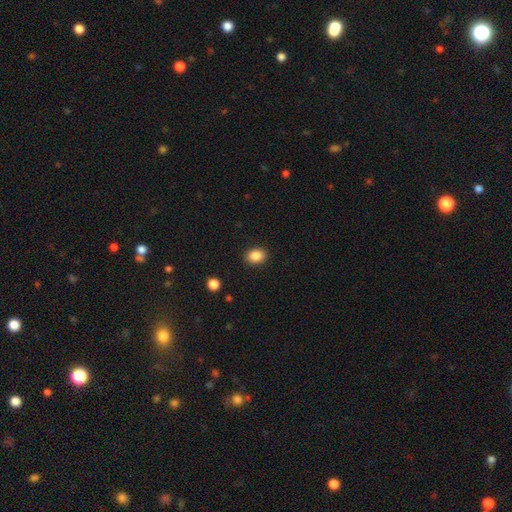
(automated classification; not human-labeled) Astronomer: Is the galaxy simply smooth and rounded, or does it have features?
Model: smooth — 86%.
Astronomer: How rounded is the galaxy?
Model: in between — 63%.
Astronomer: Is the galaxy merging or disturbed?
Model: none — 89%.